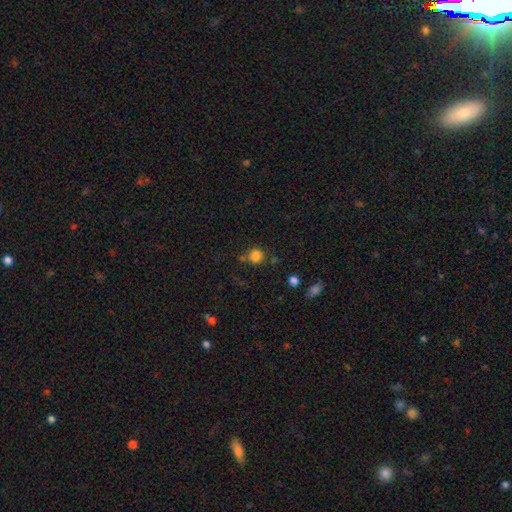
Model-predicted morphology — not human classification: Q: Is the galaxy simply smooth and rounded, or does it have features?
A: smooth — 79%.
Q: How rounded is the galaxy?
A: round — 79%.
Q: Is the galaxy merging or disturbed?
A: none — 61%.